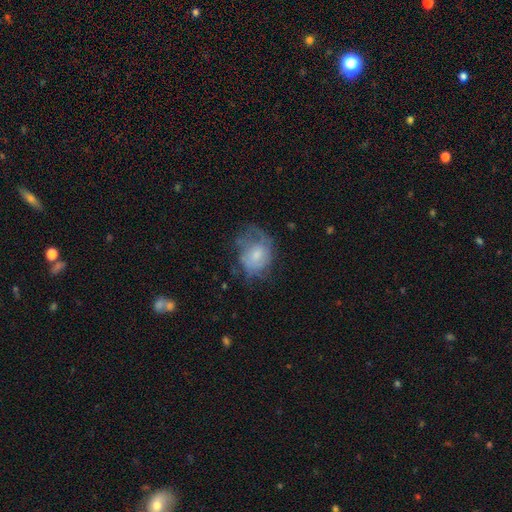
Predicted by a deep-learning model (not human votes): This is possibly a smooth galaxy (48%). Merging: marginally none (40%).